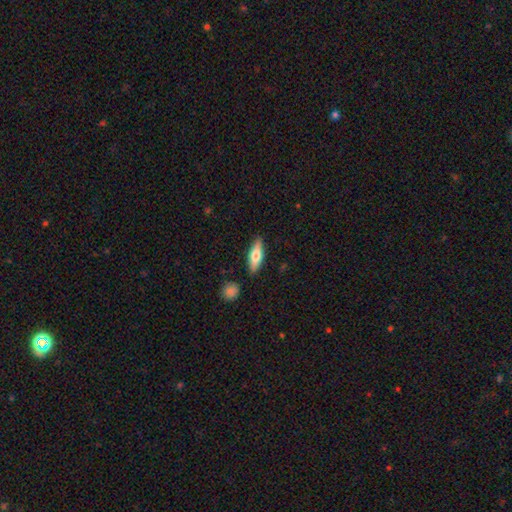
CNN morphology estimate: Smooth or featured? smooth (58%)
How rounded? in between (51%)
Merging? none (86%)